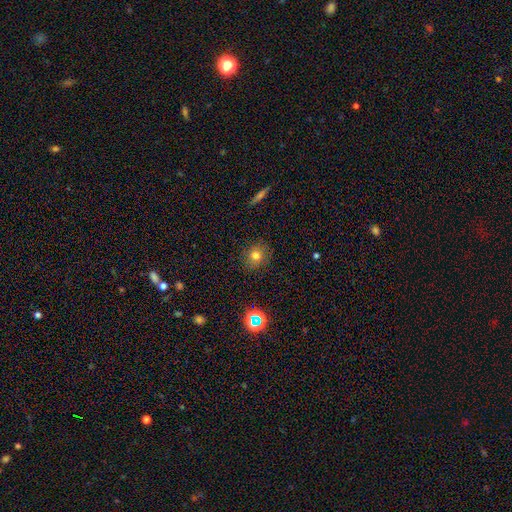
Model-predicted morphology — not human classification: The model was most divided on "smooth or featured": smooth: 74%, star or artifact: 17%, featured or disk: 10%. More confident: merging — none (87%); how rounded — round (82%).